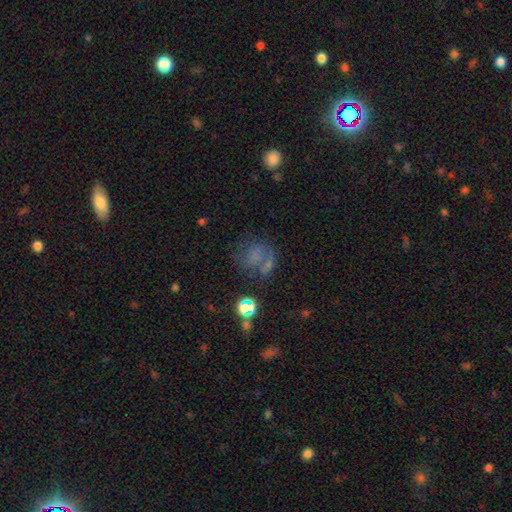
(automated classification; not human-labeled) Smooth or featured? Predicted: smooth (p=0.44). Merging? Predicted: none (p=0.41).